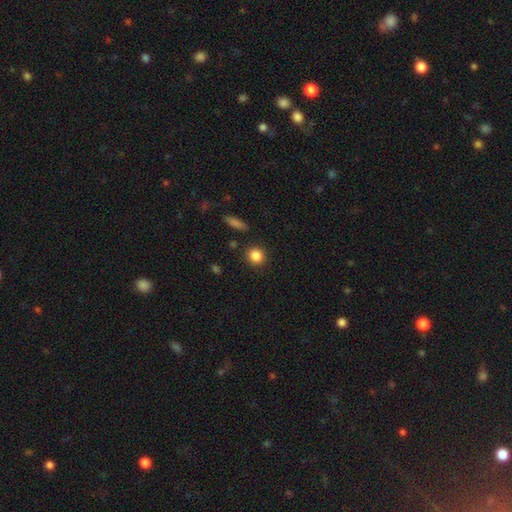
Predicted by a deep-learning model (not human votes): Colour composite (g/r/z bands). It shows a smooth galaxy with no disk features (86%) that is round (87%). Merging: none (88%).